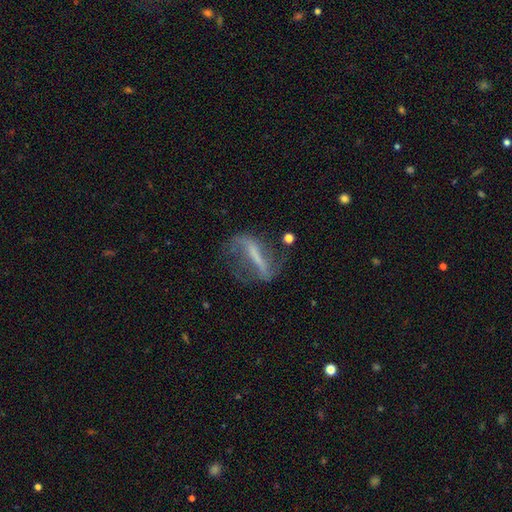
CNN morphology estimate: smooth_or_featured: featured or disk (p=0.70) [alt: smooth p=0.20]
disk_edge_on: no (p=0.81) [alt: yes p=0.19]
bar: strong (p=0.73) [alt: weak p=0.16]
has_spiral_arms: yes (p=0.63) [alt: no p=0.37]
bulge_size: none (p=0.56) [alt: small p=0.24]
merging: none (p=0.47) [alt: major disturbance p=0.27]